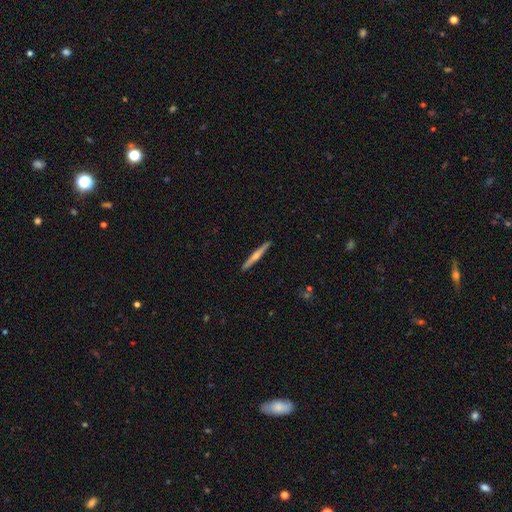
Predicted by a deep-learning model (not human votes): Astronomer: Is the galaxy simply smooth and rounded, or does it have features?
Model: featured or disk — 68%.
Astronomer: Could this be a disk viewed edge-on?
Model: yes — 98%.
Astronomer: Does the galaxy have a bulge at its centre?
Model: rounded — 83%.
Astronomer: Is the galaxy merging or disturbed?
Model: none — 92%.